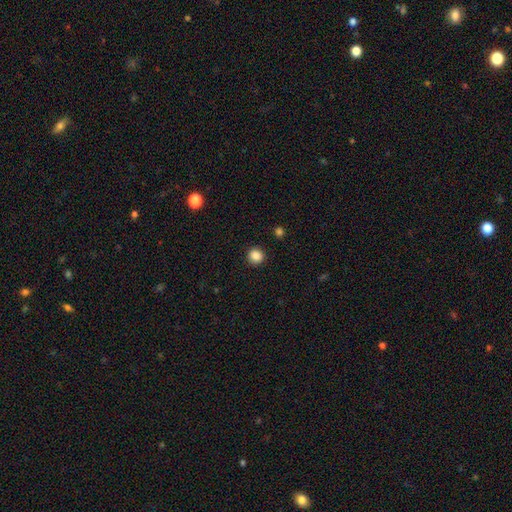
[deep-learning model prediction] Overall: smooth (87%). How rounded: round (93%). Merging: none (92%).